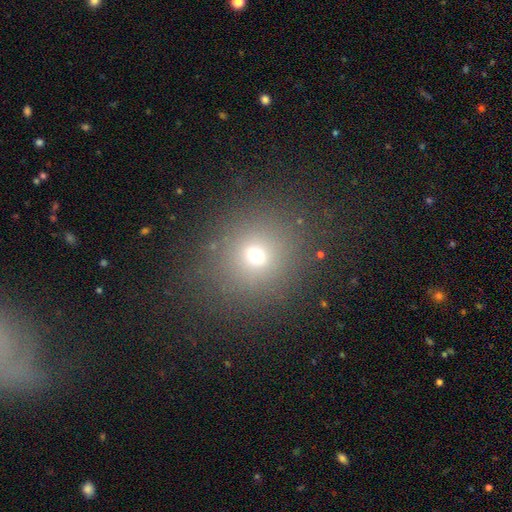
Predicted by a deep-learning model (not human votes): A smooth galaxy with no disk features (66%) that is round (83%). Merging: none (84%).